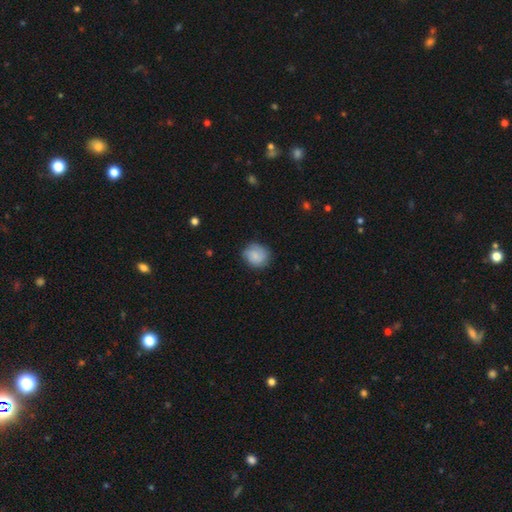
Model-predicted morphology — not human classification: type=smooth (72%); roundness=round (77%); merging=none (76%).